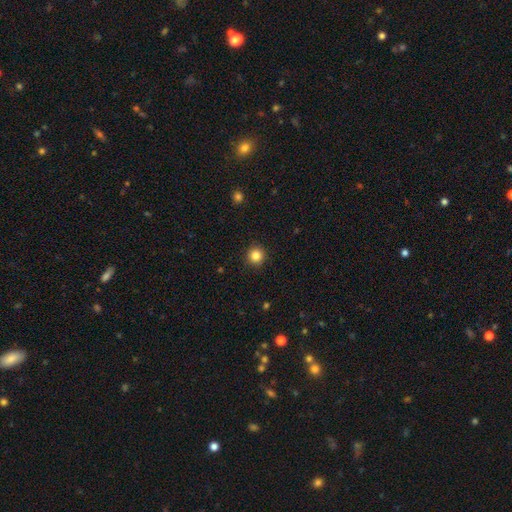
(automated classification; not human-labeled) This is clearly a smooth galaxy (84%). How rounded: clearly round (95%). Merging: clearly none (92%).